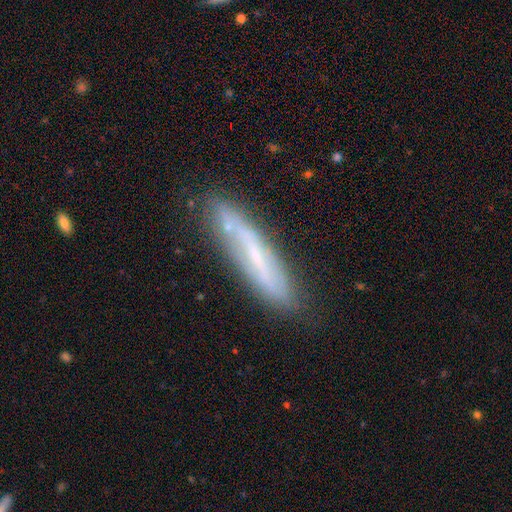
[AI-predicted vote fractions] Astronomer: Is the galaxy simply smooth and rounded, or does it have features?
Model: featured or disk — 59%.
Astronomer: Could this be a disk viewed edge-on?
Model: yes — 60% (runner-up: no, 40%).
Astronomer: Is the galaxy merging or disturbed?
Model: none — 73%.